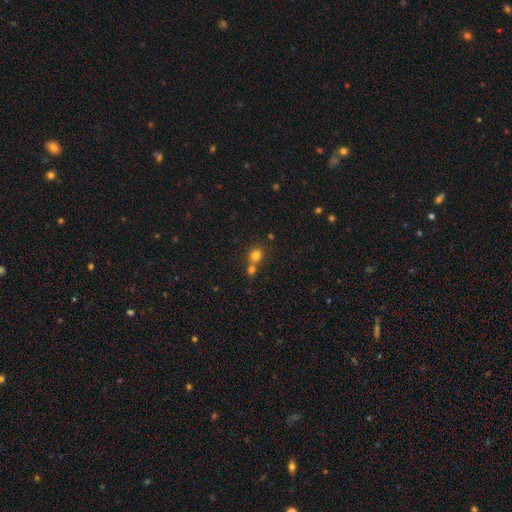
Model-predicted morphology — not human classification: smooth-or-featured: smooth: 78% | star or artifact: 14% | featured or disk: 8%
  how-rounded: round: 74% | in between: 25% | cigar-shaped: 1%
  merging: none: 46% | merger: 44% | minor disturbance: 7% | major disturbance: 3%